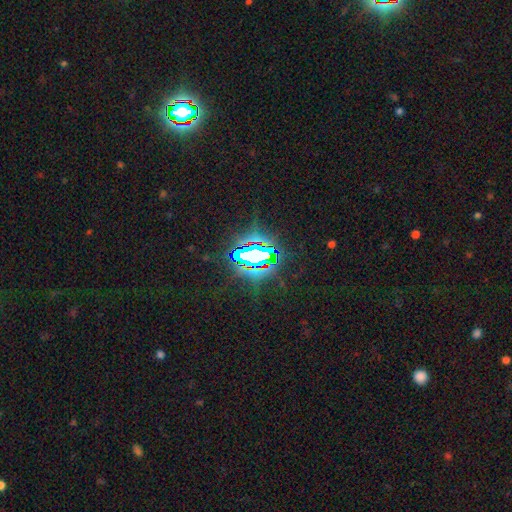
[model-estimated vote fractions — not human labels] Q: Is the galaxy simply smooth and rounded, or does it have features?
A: star or artifact — 75%.